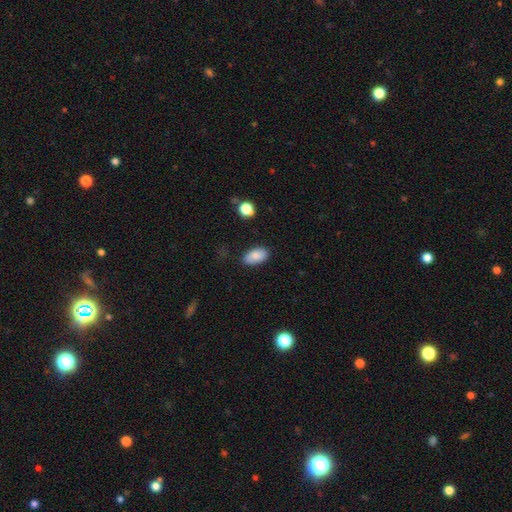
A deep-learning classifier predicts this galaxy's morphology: smooth-or-featured: smooth: 82% | featured or disk: 10% | star or artifact: 8%
  how-rounded: in between: 93% | round: 5% | cigar-shaped: 2%
  merging: none: 80% | minor disturbance: 15% | major disturbance: 3% | merger: 2%